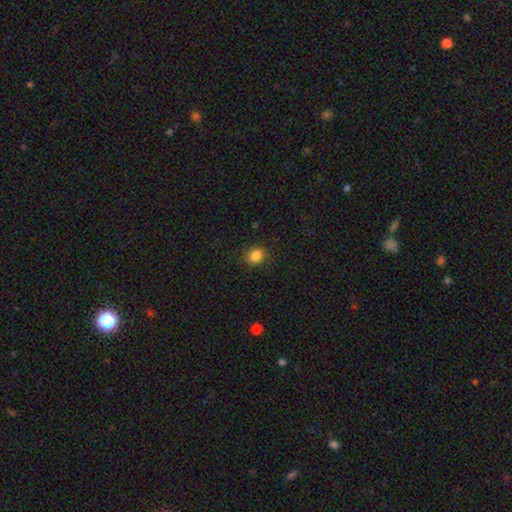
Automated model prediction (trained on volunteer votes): Smooth or featured?
  - smooth: 85% *
  - star or artifact: 11%
  - featured or disk: 4%
How rounded?
  - round: 64% *
  - in between: 35%
  - cigar-shaped: 1%
Merging?
  - none: 88% *
  - minor disturbance: 9%
  - major disturbance: 2%
  - merger: 1%